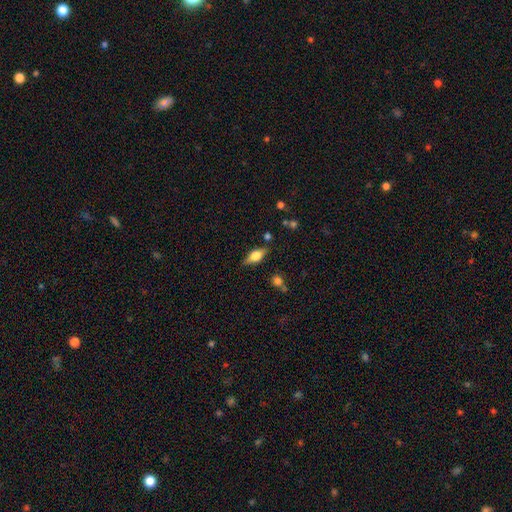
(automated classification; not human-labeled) Smooth or featured?
  - smooth: 46% * (tied)
  - featured or disk: 46% * (tied)
  - star or artifact: 8%
Merging?
  - none: 80% *
  - minor disturbance: 14%
  - major disturbance: 4%
  - merger: 3%